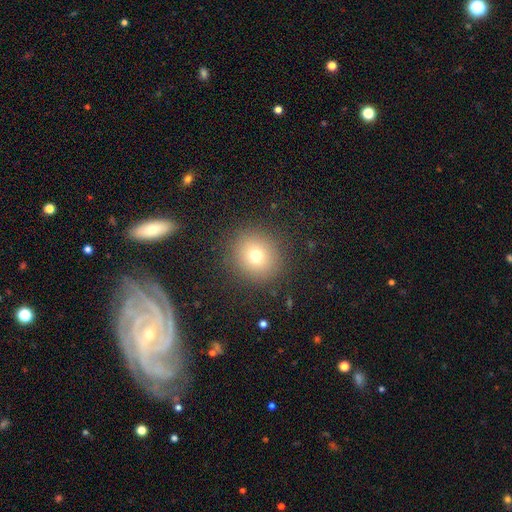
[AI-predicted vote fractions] A smooth galaxy with no disk features (72%) that is round (90%). Merging: none (89%).